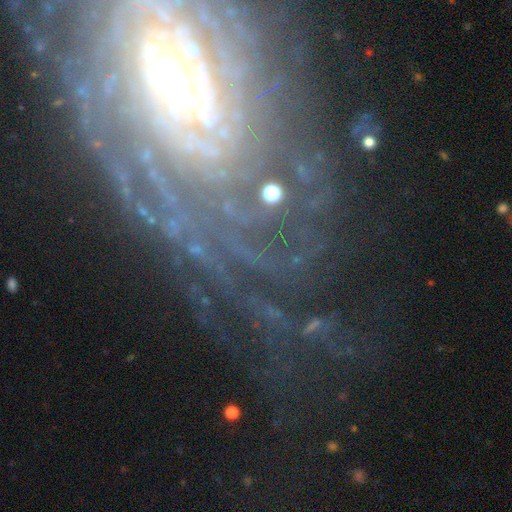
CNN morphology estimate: Smooth or featured?
  - featured or disk: 82% *
  - star or artifact: 11%
  - smooth: 7%
Edge-on disk?
  - no: 94% *
  - yes: 6%
Bar?
  - no: 53% *
  - weak: 28%
  - strong: 19%
Spiral arms?
  - yes: 92% *
  - no: 8%
Spiral winding?
  - tight: 72% *
  - medium: 20%
  - loose: 8%
Spiral arm count?
  - can't tell: 34% *
  - more than 4: 24%
  - 4: 13%
  - 3: 11%
  - 2: 10%
  - 1: 8%
Bulge size?
  - small: 46% *
  - moderate: 39%
  - large: 9%
  - none: 3%
  - dominant: 2%
Merging?
  - none: 67% *
  - major disturbance: 15%
  - minor disturbance: 14%
  - merger: 3%